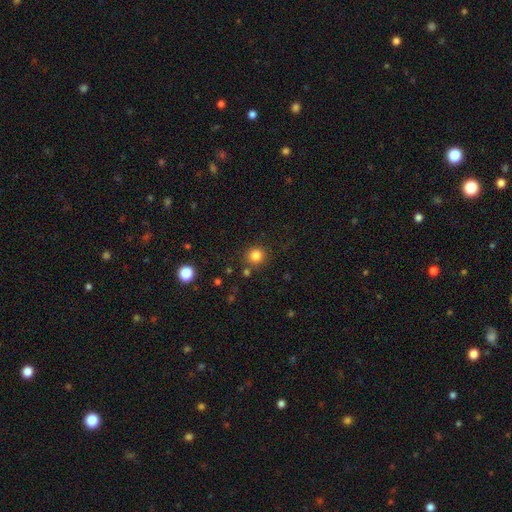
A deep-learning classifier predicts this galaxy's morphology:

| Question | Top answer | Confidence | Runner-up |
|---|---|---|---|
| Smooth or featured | smooth | 83% | star or artifact (12%) |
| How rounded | round | 91% | in between (8%) |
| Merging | none | 84% | minor disturbance (8%) |